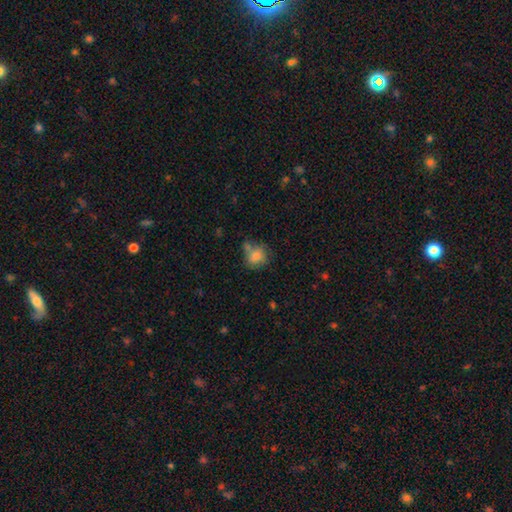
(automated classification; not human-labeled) Morphology: type=smooth (80%); roundness=round (70%); merging=none (51%).